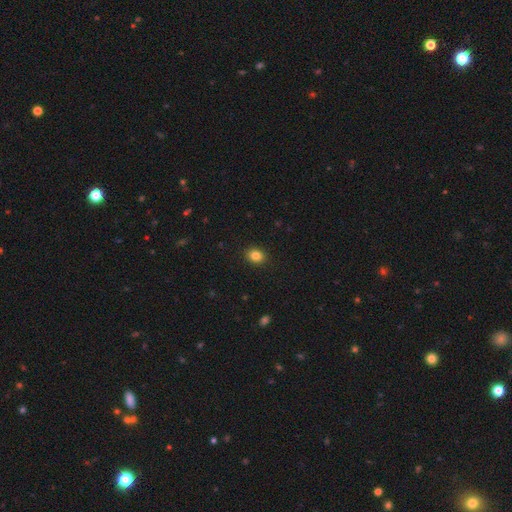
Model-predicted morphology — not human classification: Smooth or featured: smooth — 84% (star or artifact — 11%)
How rounded: round — 60% (in between — 39%)
Merging: none — 91% (minor disturbance — 6%)